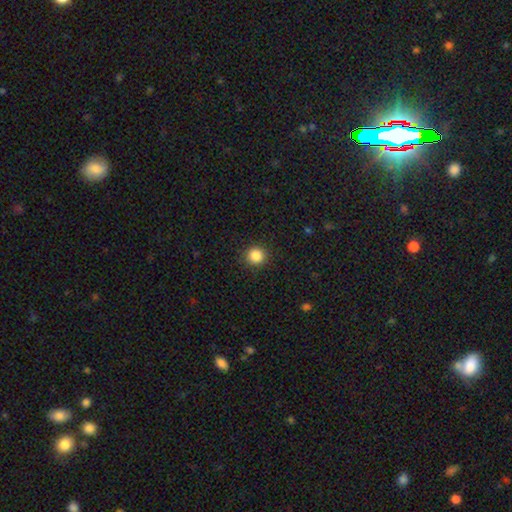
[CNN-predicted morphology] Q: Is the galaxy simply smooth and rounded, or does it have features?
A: smooth — 86%.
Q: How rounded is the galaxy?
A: round — 93%.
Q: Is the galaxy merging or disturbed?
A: none — 91%.